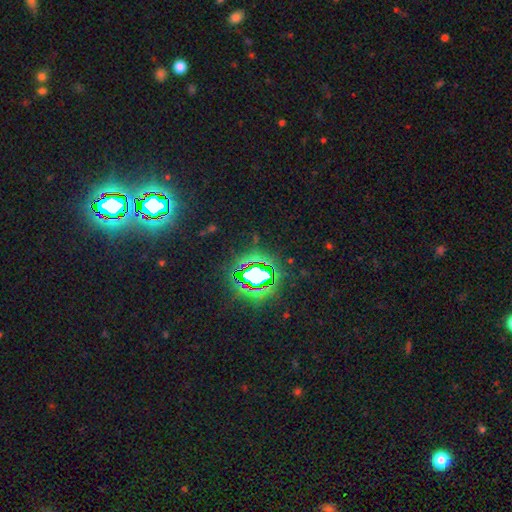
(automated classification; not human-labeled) A star or artifact, not a galaxy (83%).

Vote fractions:
- Smooth or featured? star or artifact: 83% / smooth: 10% / featured or disk: 7%